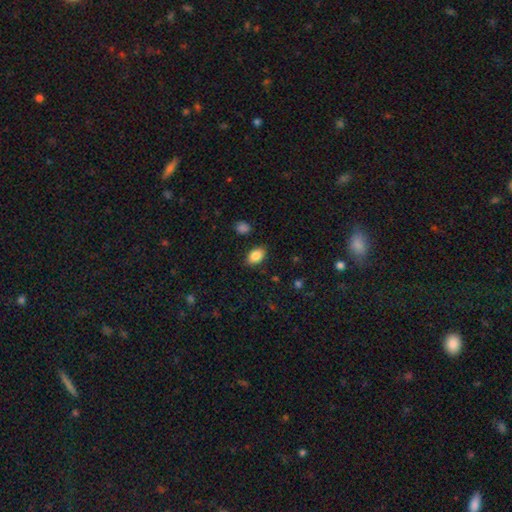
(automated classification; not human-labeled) Smooth or featured? Predicted: smooth (p=0.86). How rounded? Predicted: in between (p=0.88). Merging? Predicted: none (p=0.86).